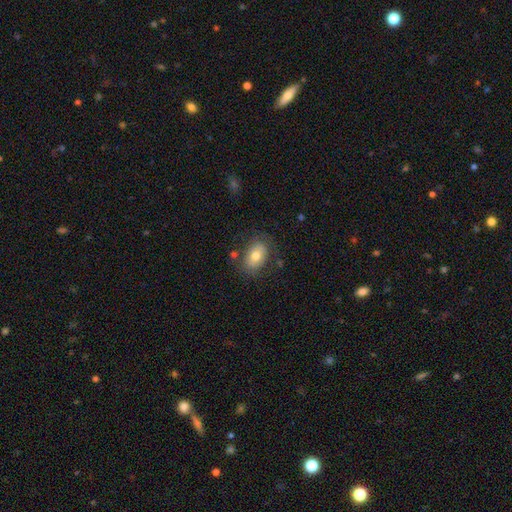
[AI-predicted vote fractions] This appears to be a smooth galaxy with no disk features (71%) that is in between round and cigar-shaped (83%). Merging: none (74%).